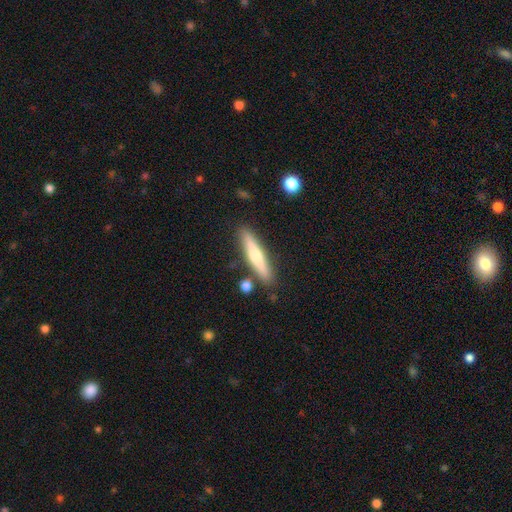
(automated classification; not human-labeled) A smooth galaxy with no disk features (54%) that is cigar-shaped (88%).

Vote fractions:
- Smooth or featured? smooth: 54% / featured or disk: 40% / star or artifact: 6%
- How rounded? cigar-shaped: 88% / in between: 10% / round: 2%
- Merging? none: 83% / minor disturbance: 10% / merger: 5% / major disturbance: 2%